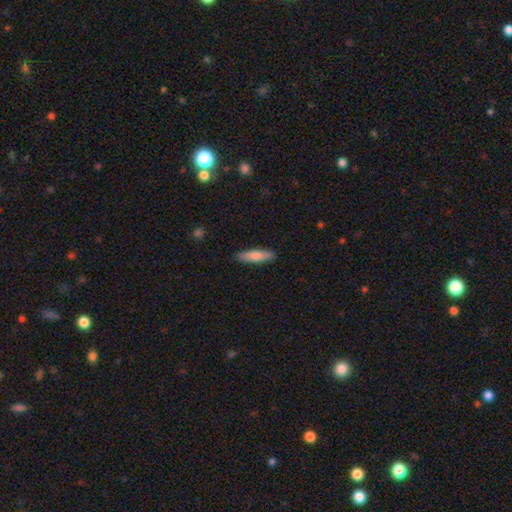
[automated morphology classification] smooth-or-featured: smooth: 78% | featured or disk: 16% | star or artifact: 5%
  how-rounded: cigar-shaped: 68% | in between: 31% | round: 2%
  merging: none: 89% | minor disturbance: 8% | major disturbance: 2% | merger: 1%